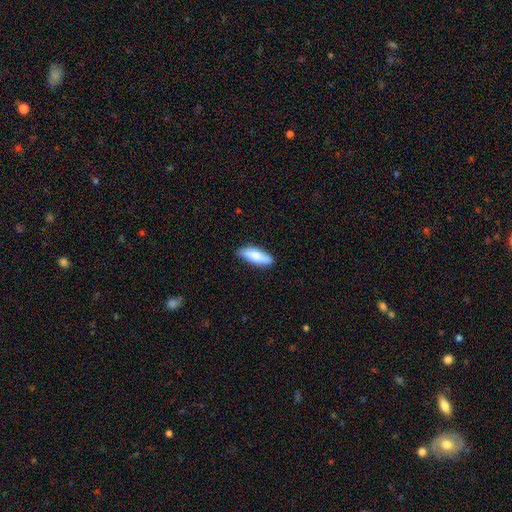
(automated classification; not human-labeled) Smooth or featured: smooth — 82% (featured or disk — 12%)
How rounded: in between — 59% (cigar-shaped — 39%)
Merging: none — 84% (minor disturbance — 12%)